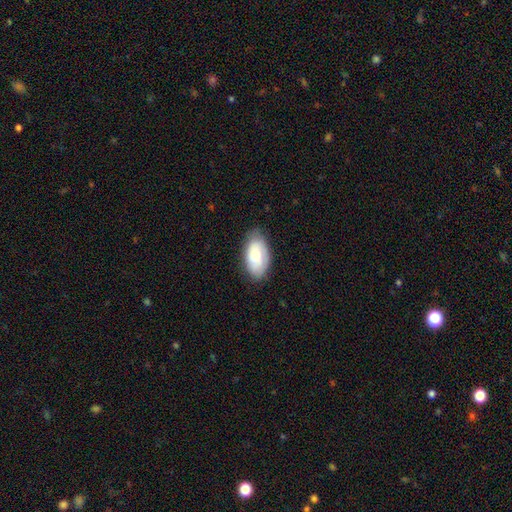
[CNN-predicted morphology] Smooth or featured? smooth (74%)
How rounded? in between (95%)
Merging? none (74%)